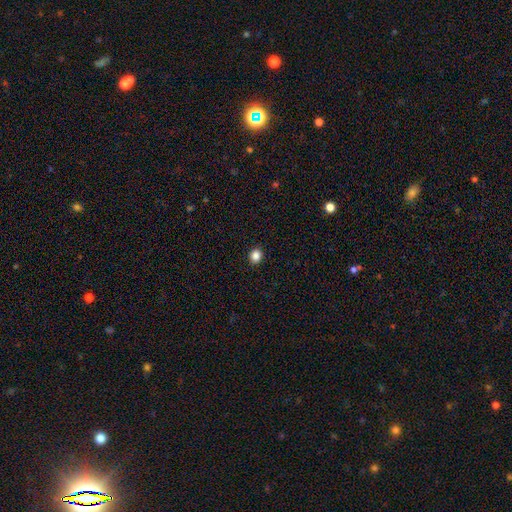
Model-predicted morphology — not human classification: smooth_or_featured: smooth (p=0.86) [alt: star or artifact p=0.11]
how_rounded: round (p=0.72) [alt: in between p=0.27]
merging: none (p=0.92) [alt: minor disturbance p=0.05]